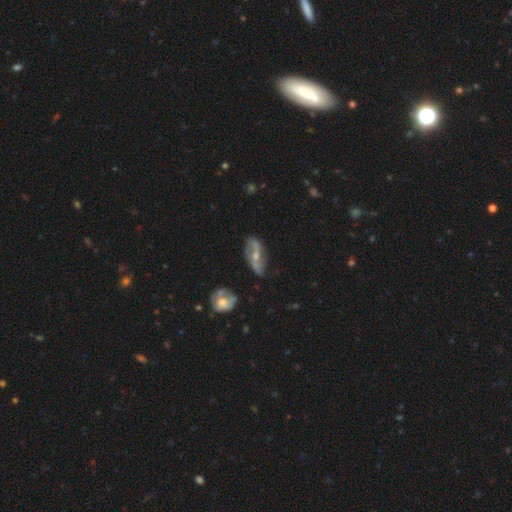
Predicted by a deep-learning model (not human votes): This appears to be a featured or disk galaxy (77%) with a strong bar (38%), 2 (90%) loose (75%) spiral arms (87%) and a small central bulge (50%). Merging: none (71%).